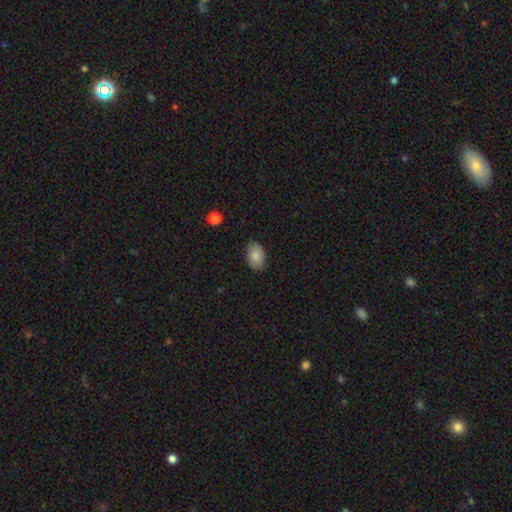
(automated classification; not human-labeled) This appears to be a smooth galaxy with no disk features (85%) that is in between round and cigar-shaped (87%). Merging: none (86%).